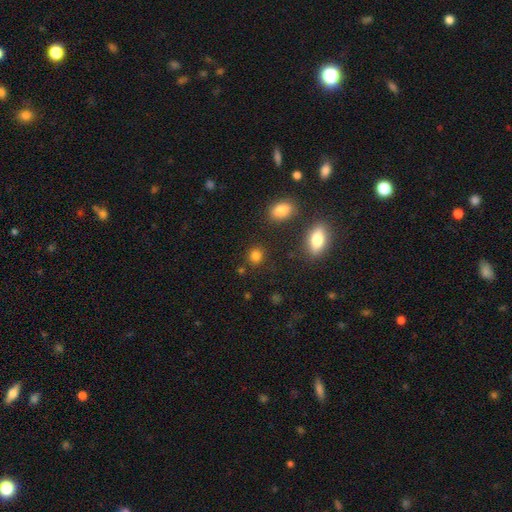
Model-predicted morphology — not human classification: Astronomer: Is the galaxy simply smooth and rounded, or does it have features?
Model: smooth — 83%.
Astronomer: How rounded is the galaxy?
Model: round — 79%.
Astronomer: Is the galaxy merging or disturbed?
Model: none — 84%.